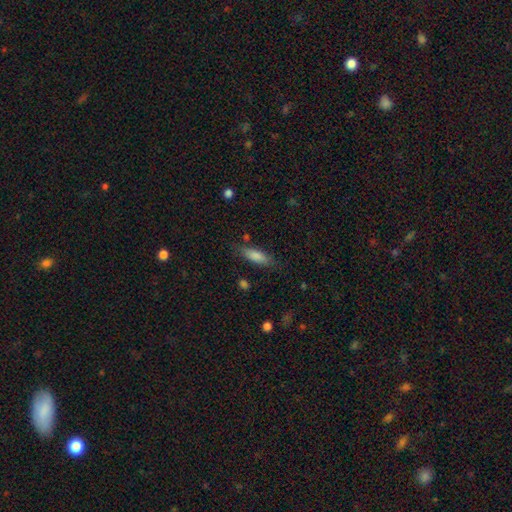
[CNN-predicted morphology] Smooth or featured?
  - smooth: 82% *
  - featured or disk: 11%
  - star or artifact: 7%
How rounded?
  - in between: 59% *
  - cigar-shaped: 39%
  - round: 2%
Merging?
  - none: 76% *
  - minor disturbance: 17%
  - major disturbance: 5%
  - merger: 3%